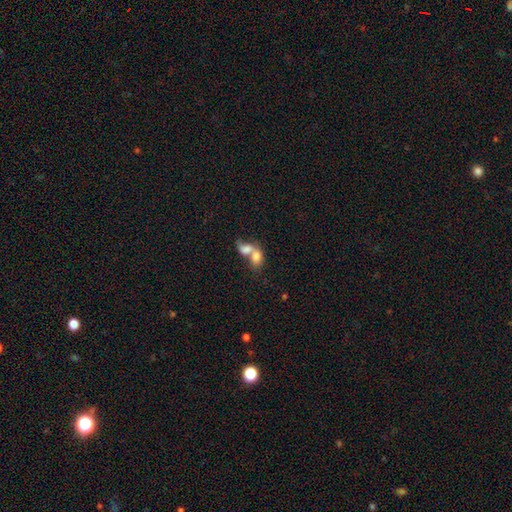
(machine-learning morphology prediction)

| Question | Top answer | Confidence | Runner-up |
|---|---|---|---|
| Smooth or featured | smooth | 73% | featured or disk (19%) |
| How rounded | in between | 75% | round (23%) |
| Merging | merger | 78% | none (12%) |